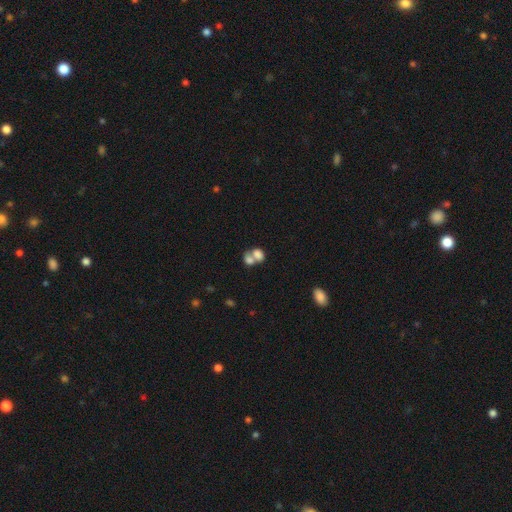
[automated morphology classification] A smooth galaxy with no disk features (73%) that is in between round and cigar-shaped (72%).

Vote fractions:
- Smooth or featured? smooth: 73% / featured or disk: 18% / star or artifact: 9%
- How rounded? in between: 72% / round: 27% / cigar-shaped: 1%
- Merging? merger: 71% / none: 18% / minor disturbance: 6% / major disturbance: 5%